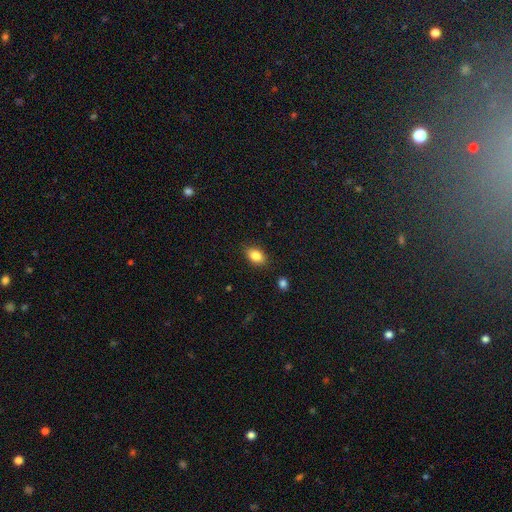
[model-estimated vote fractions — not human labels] This appears to be a smooth galaxy with no disk features (85%) that is in between round and cigar-shaped (85%). Merging: none (85%).